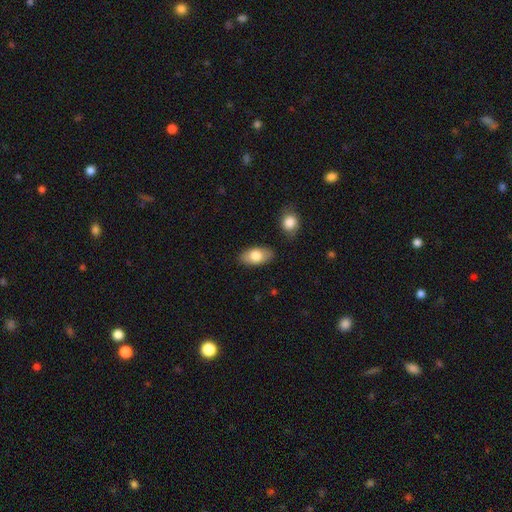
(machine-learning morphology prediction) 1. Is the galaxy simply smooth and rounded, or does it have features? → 78% smooth, 15% featured or disk, 6% star or artifact.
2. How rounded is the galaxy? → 93% in between, 4% round, 3% cigar-shaped.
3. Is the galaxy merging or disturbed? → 84% none, 11% minor disturbance, 3% merger, 2% major disturbance.